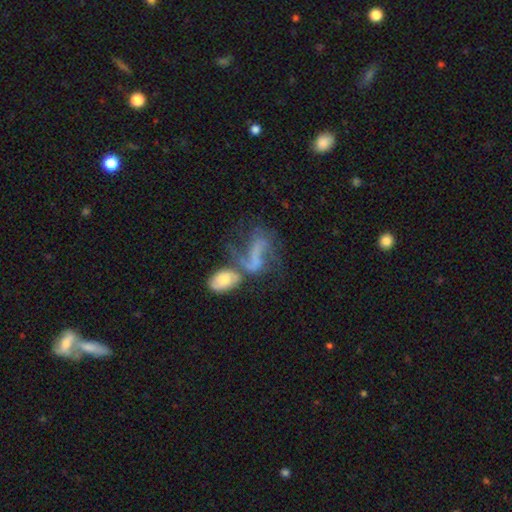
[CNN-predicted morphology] This is likely a featured or disk galaxy (61%). It is clearly not viewed edge-on (94%). Bar: possibly no (45%). Spiral arm pattern: likely yes (68%). Central bulge: possibly none (56%). Merging: marginally merger (45%).